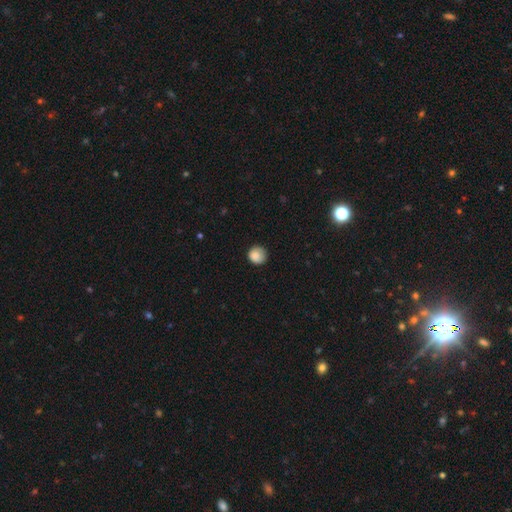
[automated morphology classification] Smooth or featured? smooth (86%)
How rounded? round (92%)
Merging? none (81%)